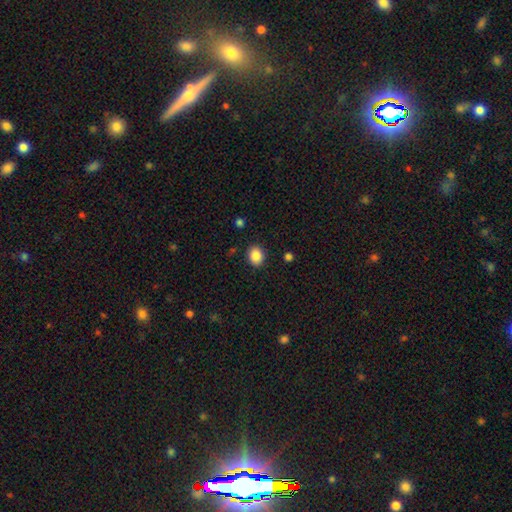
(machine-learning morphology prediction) Overall: smooth (87%). How rounded: round (54%; in between 45%). Merging: none (89%).